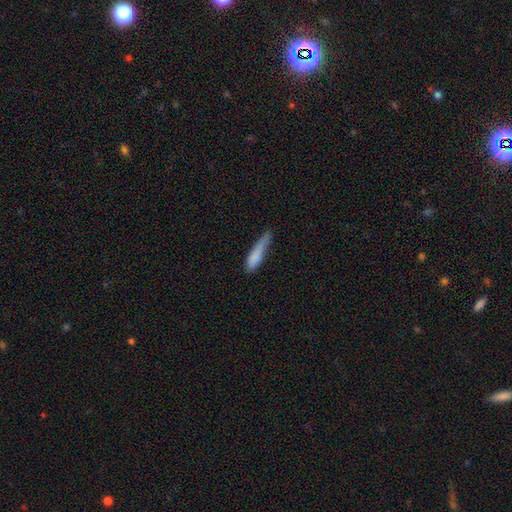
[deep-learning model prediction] A smooth galaxy with no disk features (79%) that is cigar-shaped (79%). Merging: none (42%).